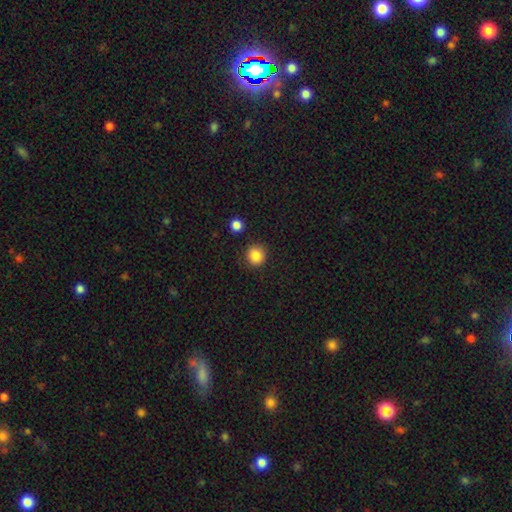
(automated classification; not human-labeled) A smooth galaxy with no disk features (86%) that is round (90%).

Vote fractions:
- Smooth or featured? smooth: 86% / star or artifact: 10% / featured or disk: 4%
- How rounded? round: 90% / in between: 9% / cigar-shaped: 1%
- Merging? none: 87% / minor disturbance: 7% / merger: 3% / major disturbance: 3%